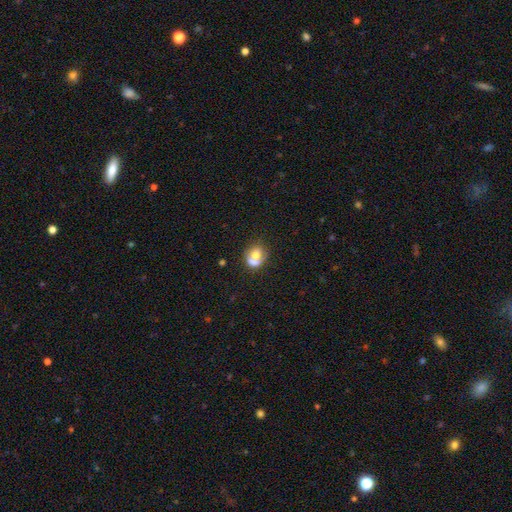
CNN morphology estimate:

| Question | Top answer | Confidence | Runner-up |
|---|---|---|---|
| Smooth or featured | smooth | 63% | featured or disk (26%) |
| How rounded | round | 63% | in between (35%) |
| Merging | merger | 44% | none (35%) |